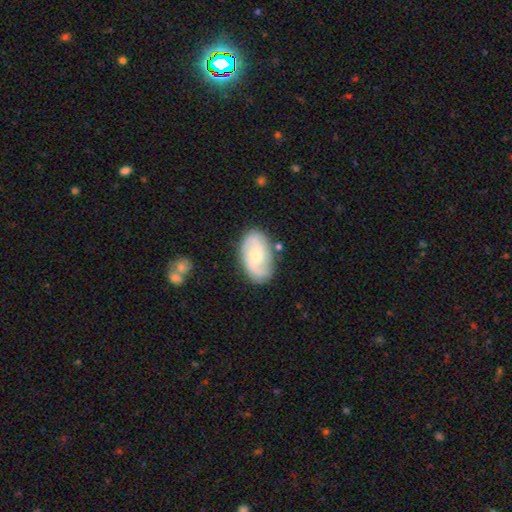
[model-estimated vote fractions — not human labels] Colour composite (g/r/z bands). It shows a featured or disk galaxy (68%) with no bar (61%), 2 (78%) medium (45%) spiral arms (91%) and a moderate central bulge (47%). Merging: none (78%).